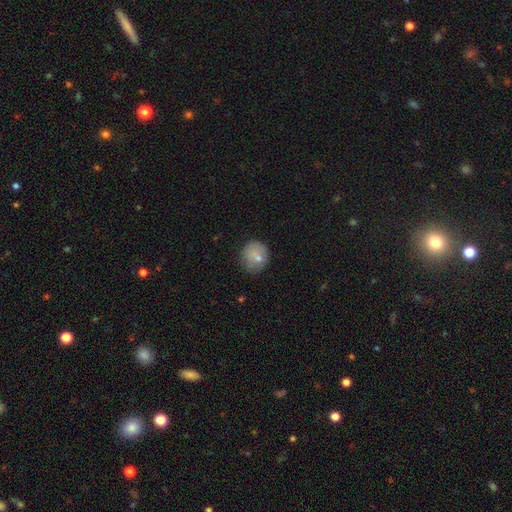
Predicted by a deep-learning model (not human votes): The model was most divided on "merging": none: 71%, minor disturbance: 20%, major disturbance: 6%, merger: 3%. More confident: how rounded — round (82%); smooth or featured — smooth (75%).